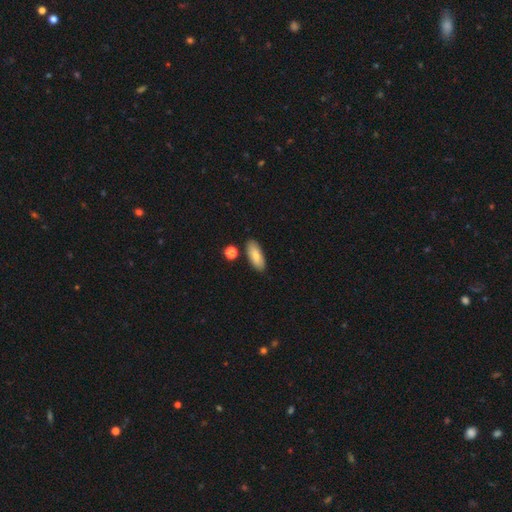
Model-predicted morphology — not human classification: A smooth galaxy with no disk features (82%) that is in between round and cigar-shaped (79%).

Vote fractions:
- Smooth or featured? smooth: 82% / featured or disk: 12% / star or artifact: 6%
- How rounded? in between: 79% / cigar-shaped: 19% / round: 2%
- Merging? none: 83% / minor disturbance: 10% / merger: 4% / major disturbance: 2%